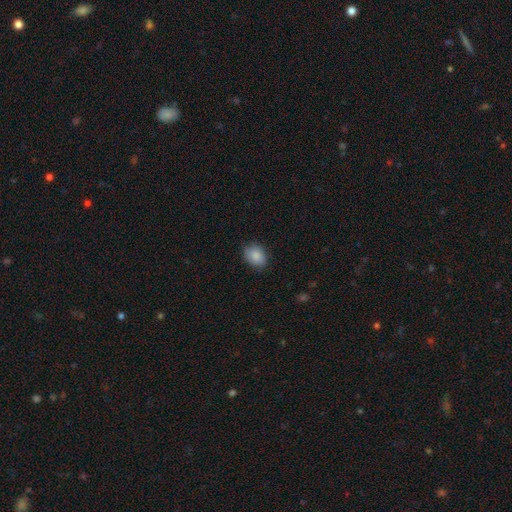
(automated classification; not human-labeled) Q: Smooth or featured?
A: smooth (88%); runner-up: star or artifact (7%)
Q: How rounded?
A: in between (61%); runner-up: round (38%)
Q: Merging?
A: none (83%); runner-up: minor disturbance (13%)